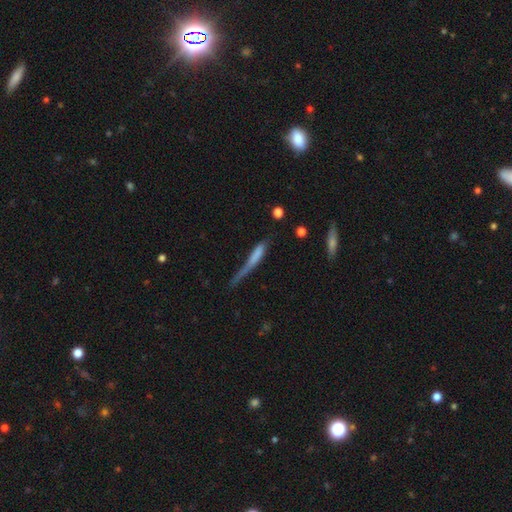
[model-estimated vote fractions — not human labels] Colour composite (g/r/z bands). It shows a smooth galaxy with no disk features (61%) that is cigar-shaped (87%). Merging: none (32%).